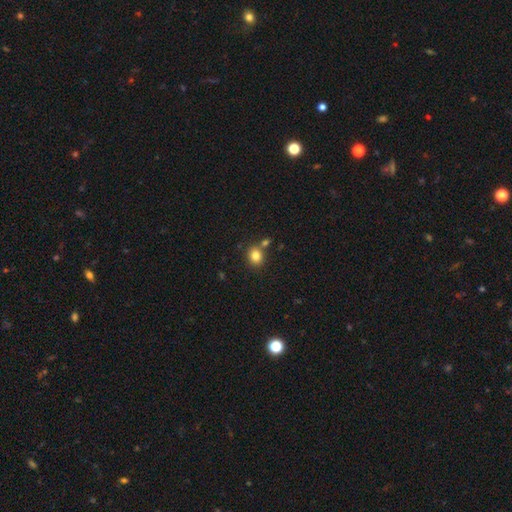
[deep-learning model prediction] Q: Smooth or featured?
A: smooth (83%); runner-up: star or artifact (11%)
Q: How rounded?
A: round (72%); runner-up: in between (27%)
Q: Merging?
A: none (69%); runner-up: merger (17%)